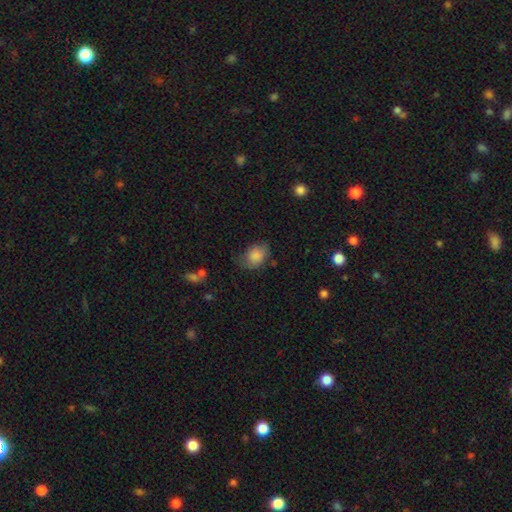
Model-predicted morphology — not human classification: This appears to be a smooth galaxy with no disk features (83%) that is in between round and cigar-shaped (69%). Merging: none (62%).